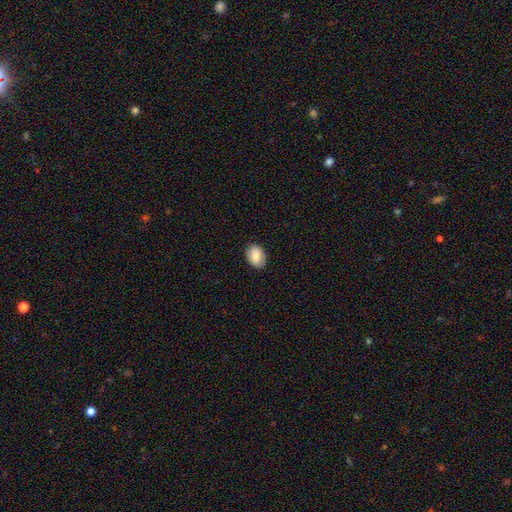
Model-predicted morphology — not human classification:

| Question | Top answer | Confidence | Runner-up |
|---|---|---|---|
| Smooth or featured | smooth | 80% | featured or disk (12%) |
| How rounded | in between | 78% | round (21%) |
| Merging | none | 86% | minor disturbance (11%) |